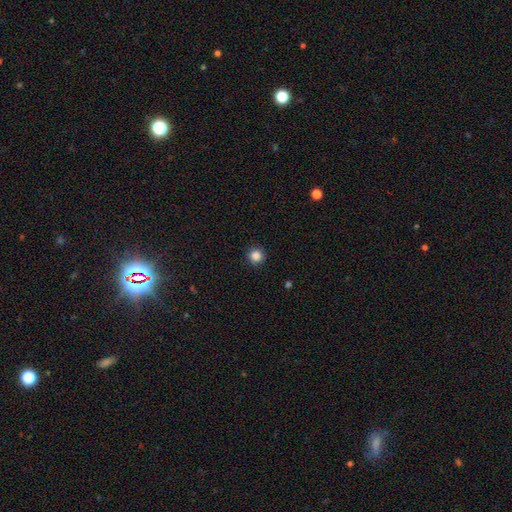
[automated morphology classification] type=smooth (86%); roundness=round (96%); merging=none (92%).